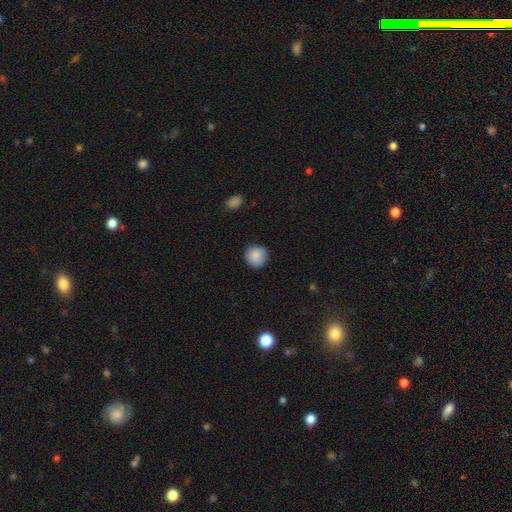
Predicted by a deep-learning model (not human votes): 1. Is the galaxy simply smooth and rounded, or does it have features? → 88% smooth, 8% star or artifact, 4% featured or disk.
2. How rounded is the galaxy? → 93% round, 6% in between, 1% cigar-shaped.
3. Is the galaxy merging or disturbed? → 89% none, 8% minor disturbance, 2% major disturbance, 1% merger.